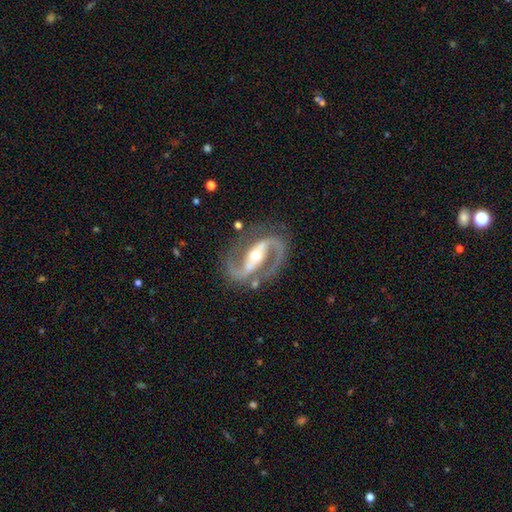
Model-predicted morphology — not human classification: Overall: featured or disk (93%). Edge-on disk: no (97%). Bar: strong (62%; weak 23%). Spiral arms: yes (98%). Spiral arm count: 2 (94%). Spiral winding: medium (63%). Bulge size: moderate (59%; small 35%). Merging: none (80%).